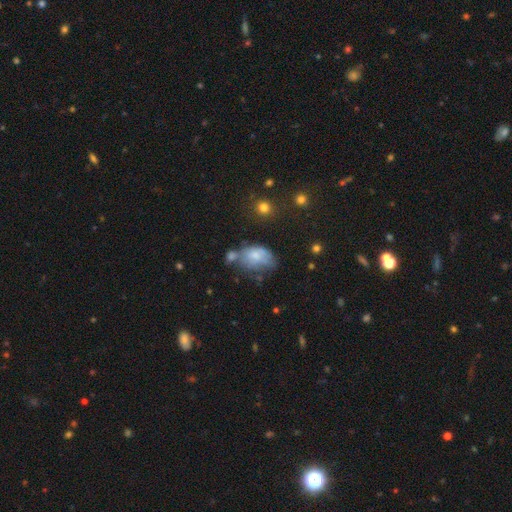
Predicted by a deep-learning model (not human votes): smooth-or-featured: smooth: 62% | featured or disk: 28% | star or artifact: 10%
  how-rounded: in between: 85% | round: 14% | cigar-shaped: 2%
  merging: minor disturbance: 29% | none: 27% | merger: 23% | major disturbance: 21%